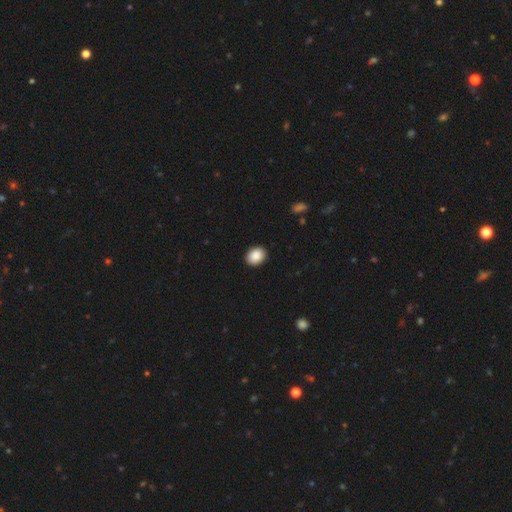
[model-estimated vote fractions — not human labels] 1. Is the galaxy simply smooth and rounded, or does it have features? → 89% smooth, 7% star or artifact, 3% featured or disk.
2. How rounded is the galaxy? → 56% in between, 43% round, 1% cigar-shaped.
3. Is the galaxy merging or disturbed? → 91% none, 6% minor disturbance, 2% major disturbance, 1% merger.